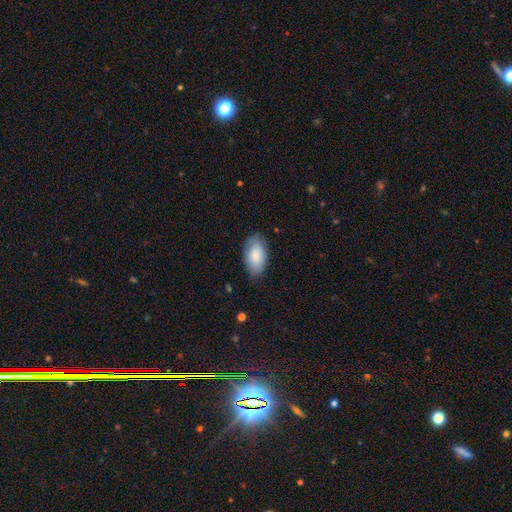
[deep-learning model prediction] This appears to be a smooth galaxy with no disk features (81%) that is in between round and cigar-shaped (95%). Merging: none (78%).